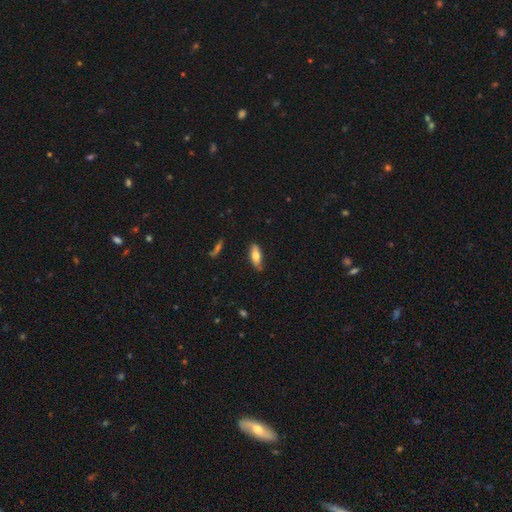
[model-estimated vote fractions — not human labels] Morphology: type=smooth (66%); roundness=in between (74%); merging=none (76%).